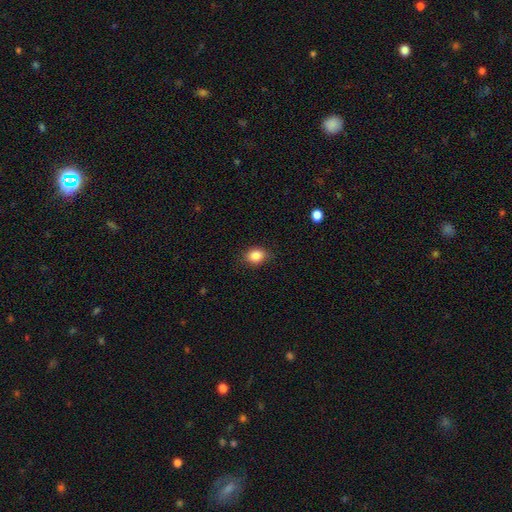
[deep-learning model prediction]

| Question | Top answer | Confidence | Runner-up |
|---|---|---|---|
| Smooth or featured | smooth | 86% | star or artifact (9%) |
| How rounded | in between | 56% | round (43%) |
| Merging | none | 84% | minor disturbance (12%) |